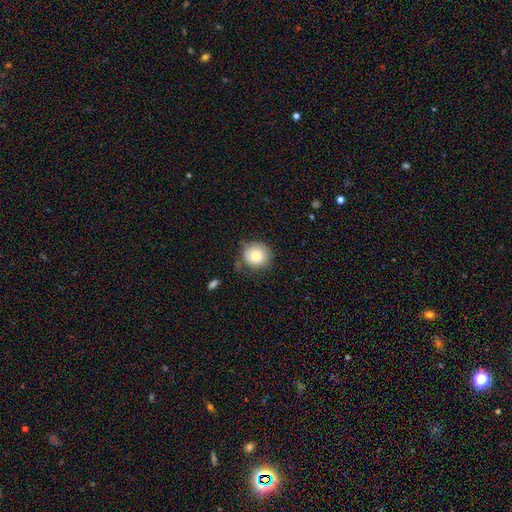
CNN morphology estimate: Q: Smooth or featured?
A: smooth (81%); runner-up: featured or disk (10%)
Q: How rounded?
A: round (91%); runner-up: in between (8%)
Q: Merging?
A: none (70%); runner-up: minor disturbance (22%)